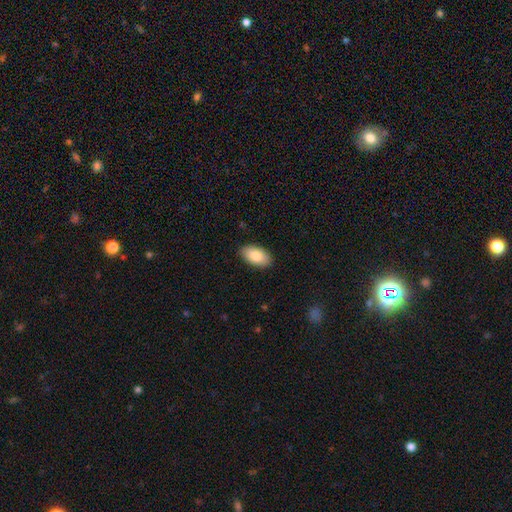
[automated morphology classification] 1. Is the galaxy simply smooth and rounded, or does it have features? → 85% smooth, 9% featured or disk, 6% star or artifact.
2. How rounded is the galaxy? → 95% in between, 3% round, 2% cigar-shaped.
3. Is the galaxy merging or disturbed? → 89% none, 9% minor disturbance, 2% major disturbance, 1% merger.